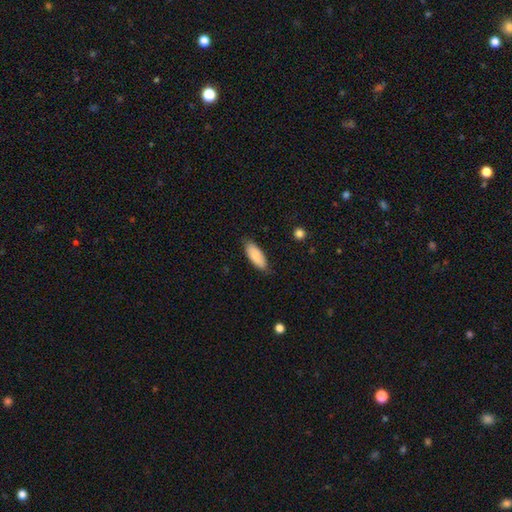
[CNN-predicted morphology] This is clearly a smooth galaxy (85%). How rounded: likely in between (78%). Merging: clearly none (81%).